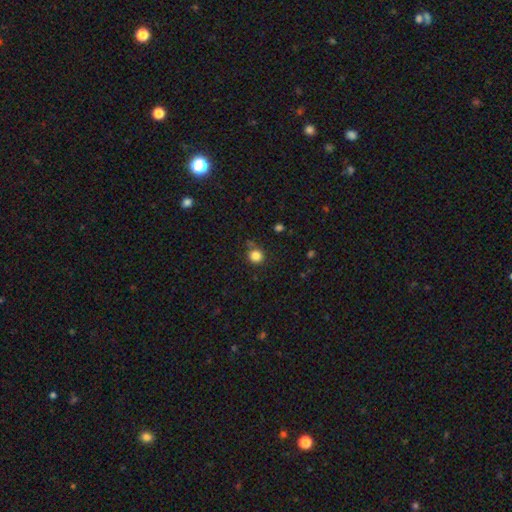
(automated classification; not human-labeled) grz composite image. It shows a smooth galaxy with no disk features (84%) that is round (89%). Merging: none (74%).